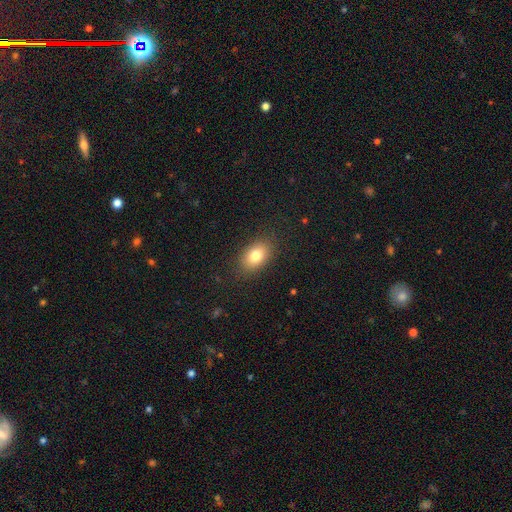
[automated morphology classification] Overall: smooth (79%). How rounded: in between (84%). Merging: none (86%).